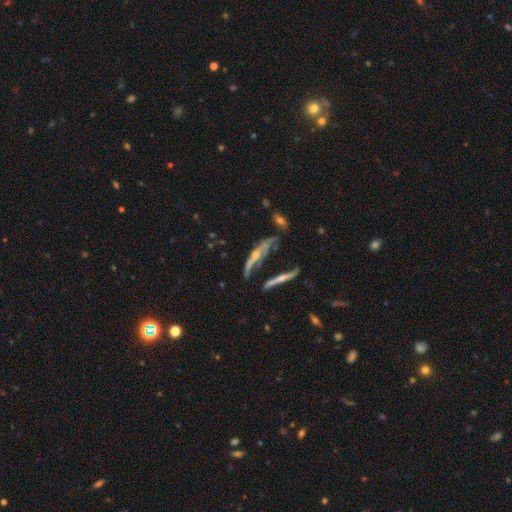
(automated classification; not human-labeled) smooth_or_featured: featured or disk (p=0.65) [alt: smooth p=0.25]
disk_edge_on: yes (p=0.59) [alt: no p=0.41]
merging: none (p=0.34) [alt: major disturbance p=0.24]